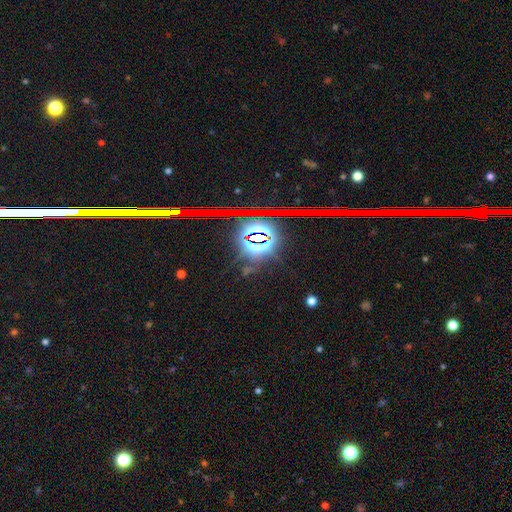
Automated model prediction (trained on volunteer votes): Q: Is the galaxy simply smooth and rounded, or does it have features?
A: star or artifact — 81%.